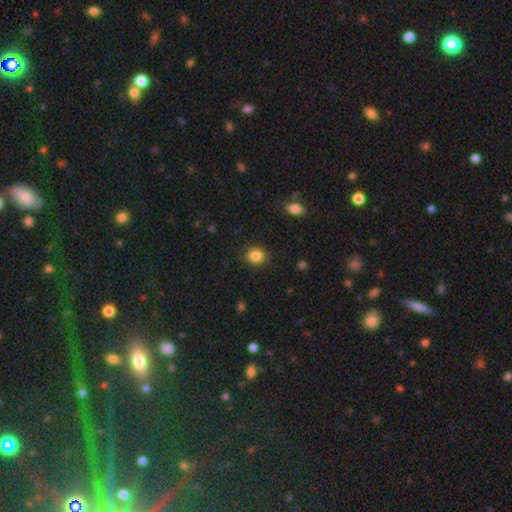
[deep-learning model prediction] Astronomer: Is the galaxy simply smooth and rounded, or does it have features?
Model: smooth — 86%.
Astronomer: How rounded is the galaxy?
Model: round — 67%.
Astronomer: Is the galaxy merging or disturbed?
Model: none — 88%.